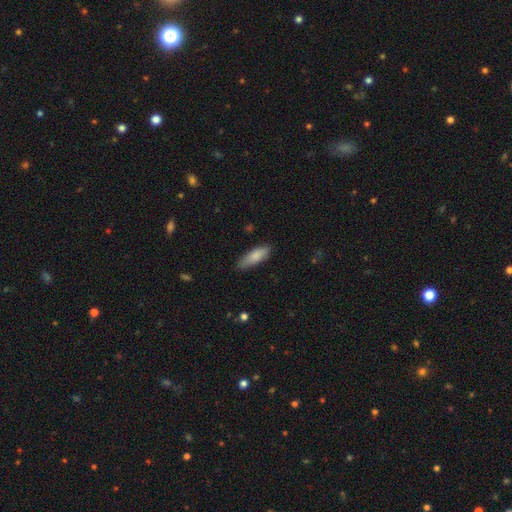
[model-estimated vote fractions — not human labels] Q: Smooth or featured?
A: smooth (84%); runner-up: featured or disk (11%)
Q: How rounded?
A: cigar-shaped (50%); runner-up: in between (48%)
Q: Merging?
A: none (78%); runner-up: minor disturbance (18%)